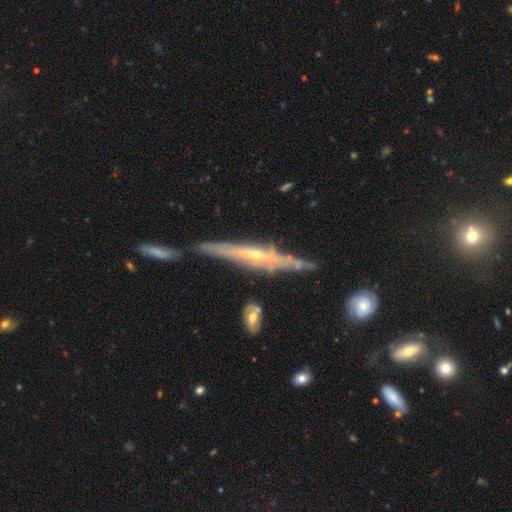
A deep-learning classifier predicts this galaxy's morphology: This appears to be a featured or disk galaxy (80%) viewed edge-on (89%) with a rounded central bulge (69%). Merging: none (63%).